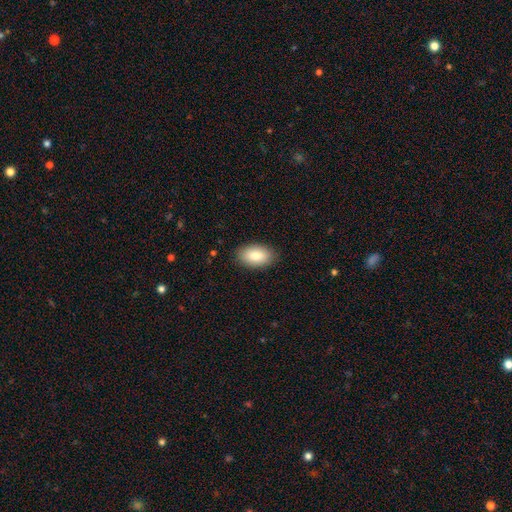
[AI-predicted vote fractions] Overall: smooth (85%). How rounded: in between (94%). Merging: none (87%).